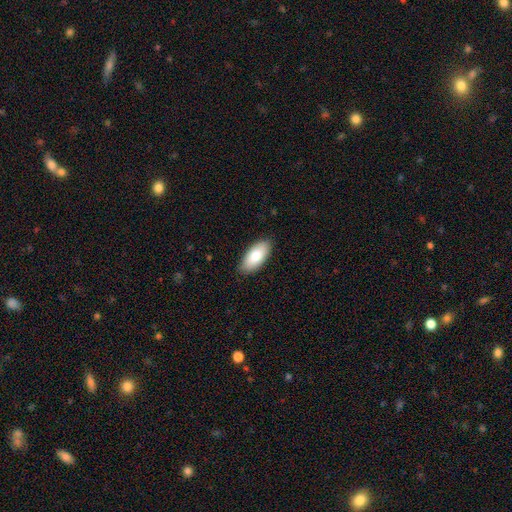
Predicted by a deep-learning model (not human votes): Q: Smooth or featured?
A: smooth (81%); runner-up: featured or disk (13%)
Q: How rounded?
A: in between (91%); runner-up: cigar-shaped (7%)
Q: Merging?
A: none (88%); runner-up: minor disturbance (10%)